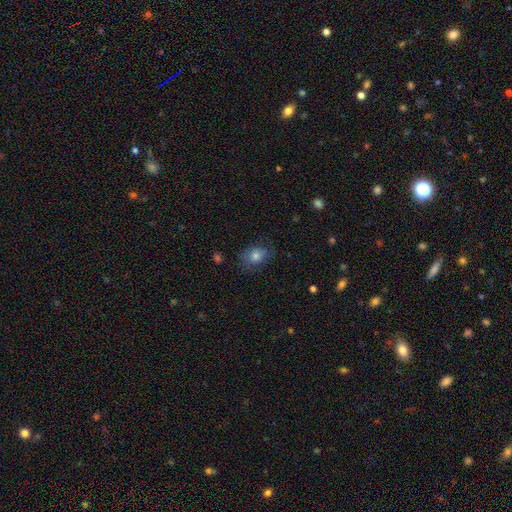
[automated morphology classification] A smooth galaxy with no disk features (72%) that is in between round and cigar-shaped (65%). Merging: none (70%).